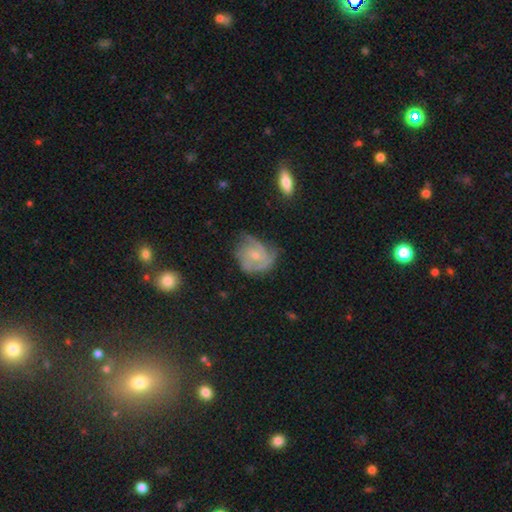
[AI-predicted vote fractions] The model was most divided on "spiral arm count": 3: 36%, 2: 30%, can't tell: 19%, 4: 6%, 1: 5%, more than 4: 4%. More confident: edge-on disk — no (98%); spiral arms — yes (94%); smooth or featured — featured or disk (79%); bar — no (63%); bulge size — small (62%); merging — none (58%); spiral winding — tight (54%).